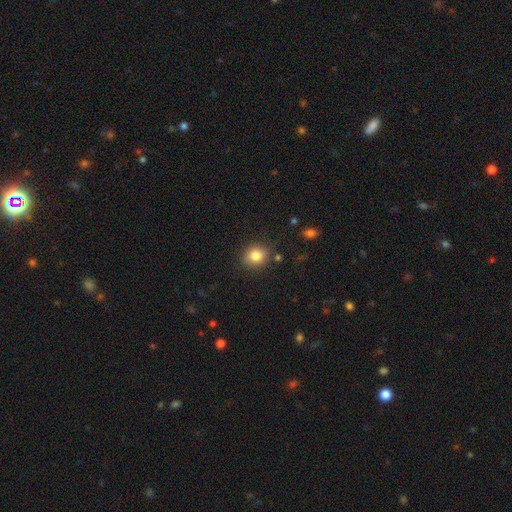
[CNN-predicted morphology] A smooth galaxy with no disk features (83%) that is round (73%).

Vote fractions:
- Smooth or featured? smooth: 83% / star or artifact: 11% / featured or disk: 6%
- How rounded? round: 73% / in between: 26% / cigar-shaped: 1%
- Merging? none: 82% / minor disturbance: 12% / major disturbance: 3% / merger: 3%